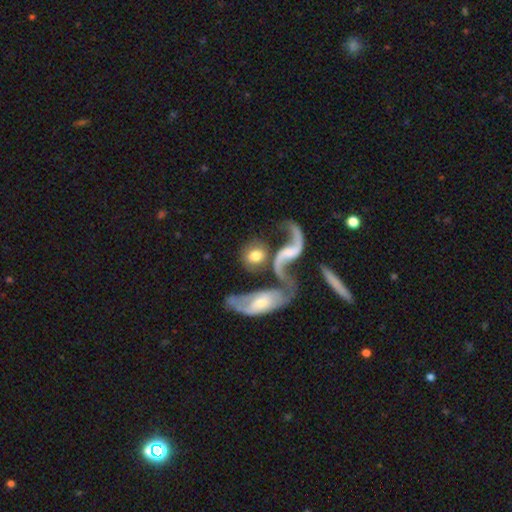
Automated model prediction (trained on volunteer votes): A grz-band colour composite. It shows a smooth galaxy with no disk features (55%) that is round (50%). Merging: merger (43%).